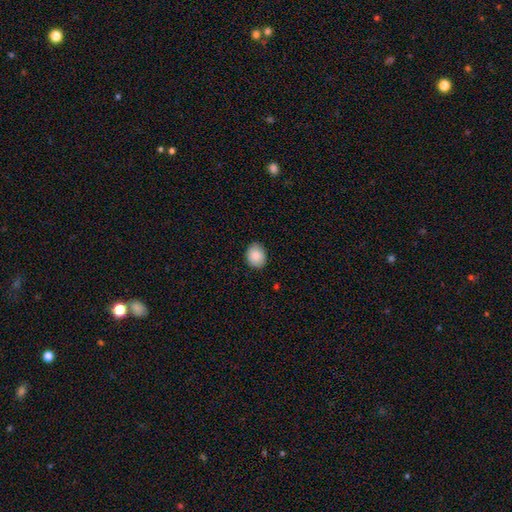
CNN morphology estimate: Smooth or featured: smooth — 88% (star or artifact — 8%)
How rounded: round — 52% (in between — 47%)
Merging: none — 86% (minor disturbance — 11%)